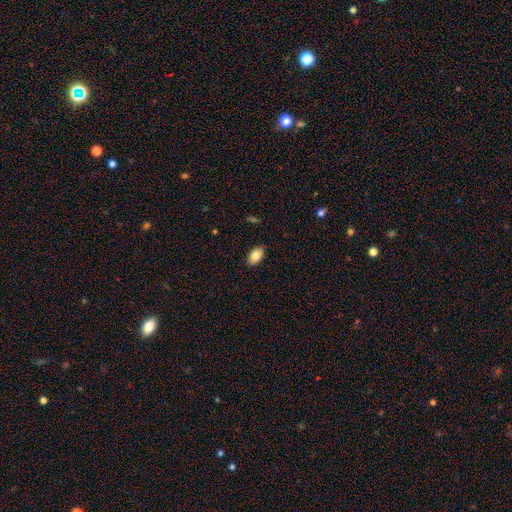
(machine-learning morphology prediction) Smooth or featured? Predicted: smooth (p=0.83). How rounded? Predicted: in between (p=0.93). Merging? Predicted: none (p=0.89).